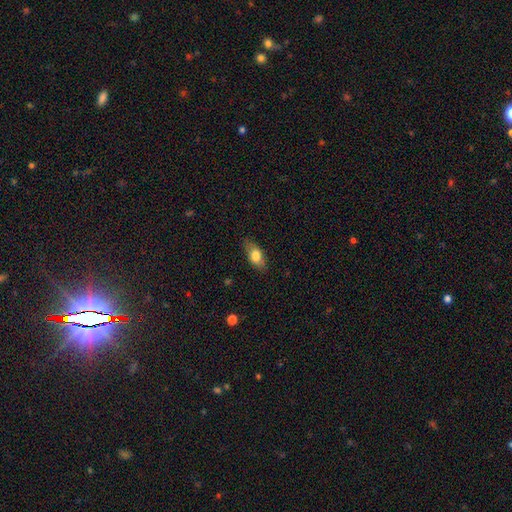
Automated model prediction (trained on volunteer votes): Smooth or featured: smooth — 75% (featured or disk — 18%)
How rounded: in between — 83% (cigar-shaped — 12%)
Merging: none — 81% (minor disturbance — 14%)